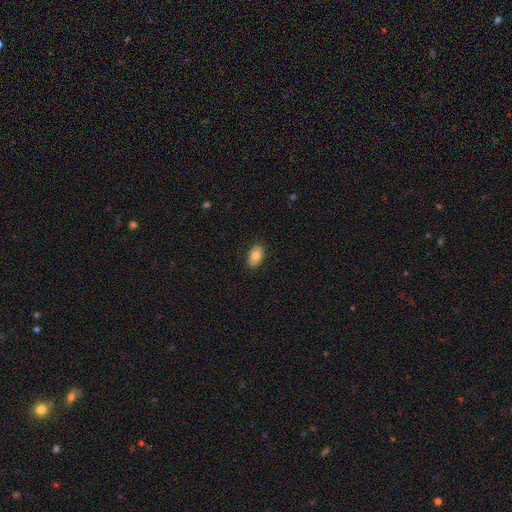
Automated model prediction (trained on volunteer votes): smooth_or_featured: smooth (p=0.80) [alt: featured or disk p=0.13]
how_rounded: in between (p=0.90) [alt: round p=0.08]
merging: none (p=0.87) [alt: minor disturbance p=0.10]